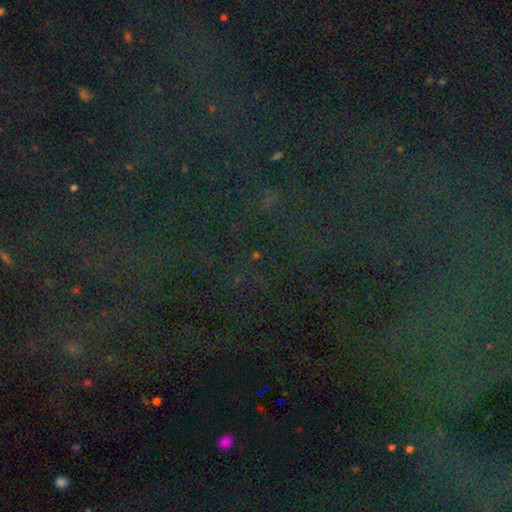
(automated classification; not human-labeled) Morphology: type=star or artifact (76%).